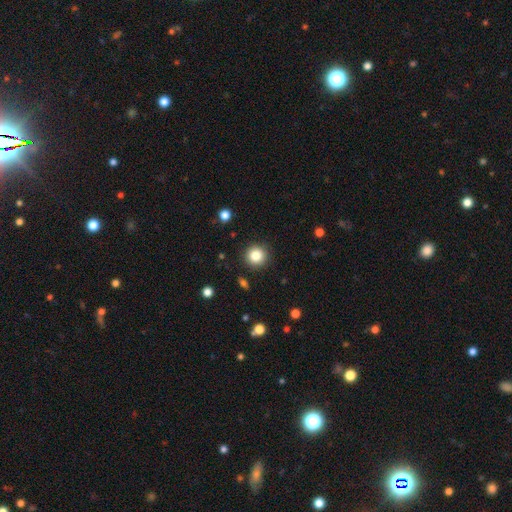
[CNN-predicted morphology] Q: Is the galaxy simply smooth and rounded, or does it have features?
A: smooth — 84%.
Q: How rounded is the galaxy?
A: round — 94%.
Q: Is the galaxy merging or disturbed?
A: none — 90%.